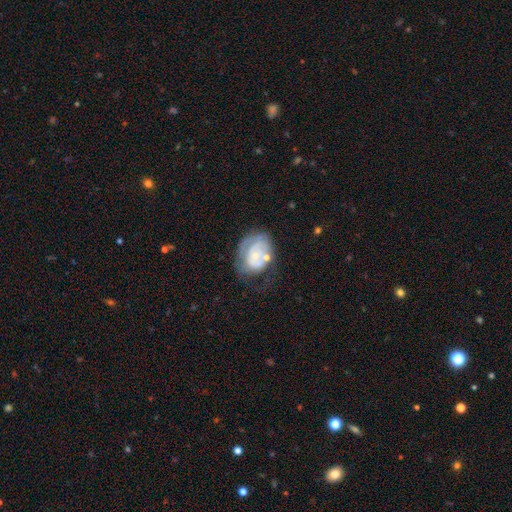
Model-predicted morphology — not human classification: type=featured or disk (53%); edge-on=no (97%); bar=no (82%); spiral arms=no (52%); bulge=small (57%); merging=none (35%).